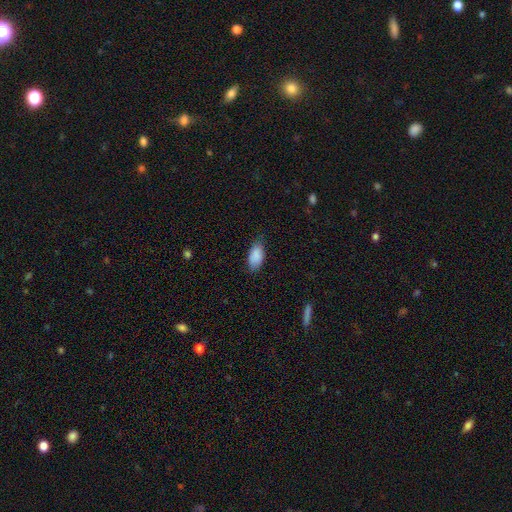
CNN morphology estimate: The model was most divided on "merging": none: 74%, minor disturbance: 21%, major disturbance: 4%, merger: 1%. More confident: how rounded — in between (93%); smooth or featured — smooth (88%).